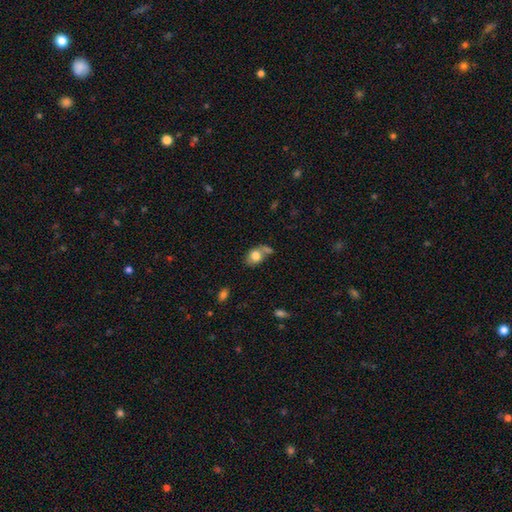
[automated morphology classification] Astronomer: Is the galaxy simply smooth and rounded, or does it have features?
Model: smooth — 78%.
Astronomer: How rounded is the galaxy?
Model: in between — 63%.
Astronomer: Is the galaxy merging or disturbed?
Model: none — 41% (runner-up: merger, 29%).